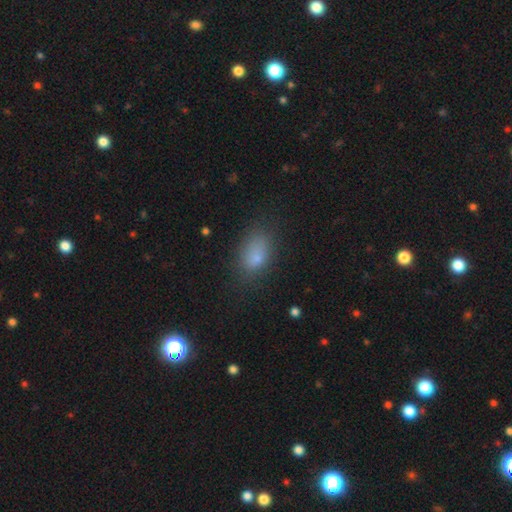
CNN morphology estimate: smooth 77%, star or artifact 13%, featured or disk 10%. Down the decision tree: how rounded — in between (85%); merging — none (66%).